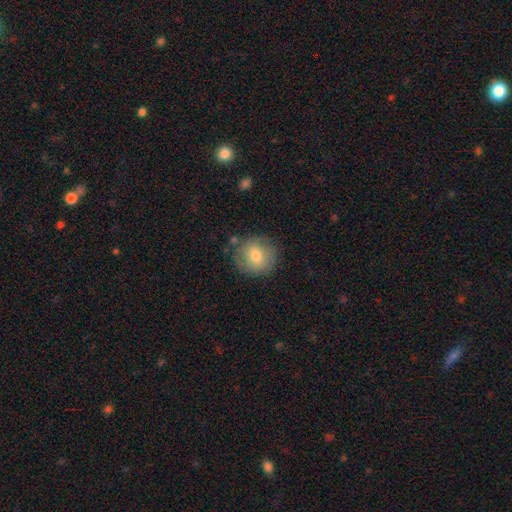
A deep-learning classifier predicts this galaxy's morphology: Smooth or featured?
  - smooth: 72% *
  - featured or disk: 19%
  - star or artifact: 9%
How rounded?
  - round: 90% *
  - in between: 9%
  - cigar-shaped: 1%
Merging?
  - none: 80% *
  - minor disturbance: 14%
  - major disturbance: 4%
  - merger: 3%